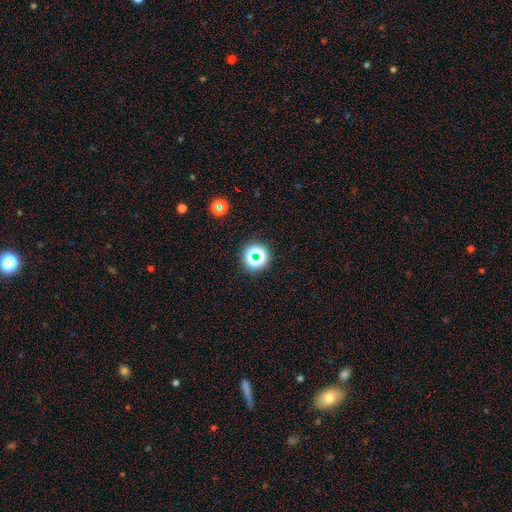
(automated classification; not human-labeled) Q: Smooth or featured?
A: star or artifact (59%); runner-up: smooth (31%)